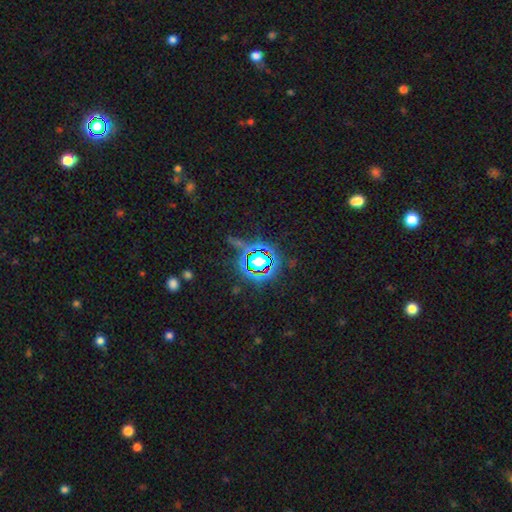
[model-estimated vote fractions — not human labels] This is clearly a star or artifact rather than a galaxy (82%).